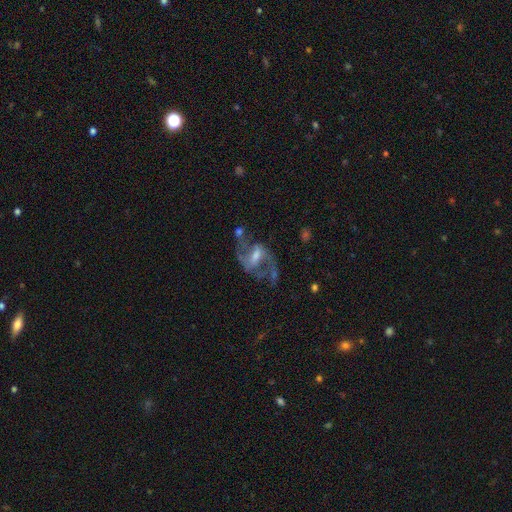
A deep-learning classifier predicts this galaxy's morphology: smooth-or-featured: featured or disk: 84% | smooth: 8% | star or artifact: 8%
  disk-edge-on: no: 97% | yes: 3%
    bar: weak: 49% | strong: 33% | no: 18%
    has-spiral-arms: yes: 92% | no: 8%
      spiral-winding: loose: 46% | medium: 45% | tight: 9%
      spiral-arm-count: 2: 88% | can't tell: 5% | 1: 3% | 3: 2% | 4: 1% | more than 4: 1%
    bulge-size: moderate: 45% | small: 38% | none: 9% | large: 7% | dominant: 1%
  merging: none: 57% | major disturbance: 19% | minor disturbance: 17% | merger: 7%